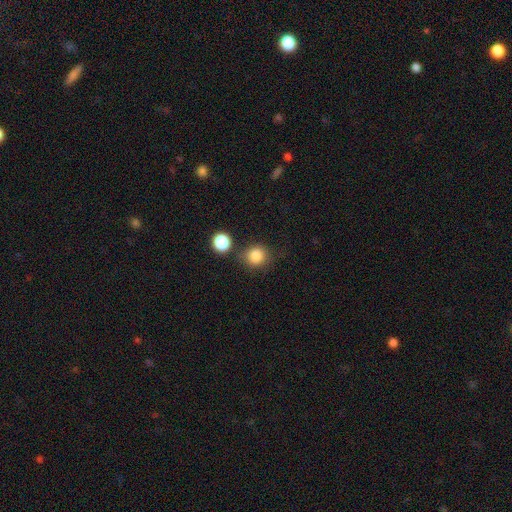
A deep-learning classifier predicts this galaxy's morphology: smooth-or-featured: smooth: 84% | star or artifact: 11% | featured or disk: 5%
  how-rounded: round: 87% | in between: 12% | cigar-shaped: 1%
  merging: none: 75% | minor disturbance: 12% | merger: 9% | major disturbance: 4%